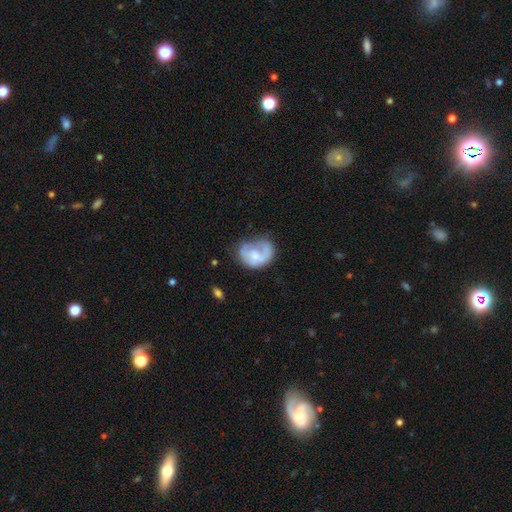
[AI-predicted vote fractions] Morphology: type=featured or disk (51%); edge-on=no (98%); merging=none (40%).